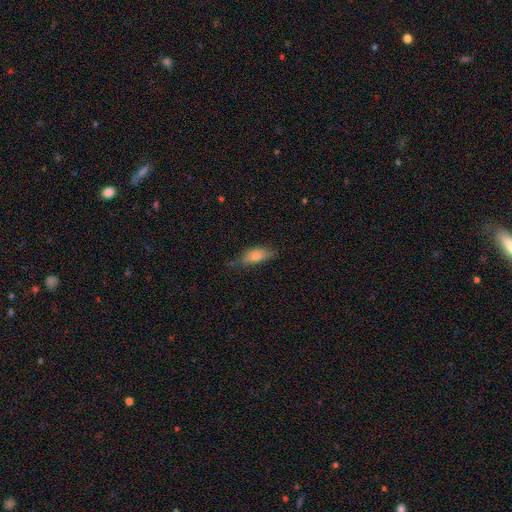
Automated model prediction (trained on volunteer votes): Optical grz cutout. It shows a smooth galaxy with no disk features (73%) that is in between round and cigar-shaped (72%). Merging: none (56%).